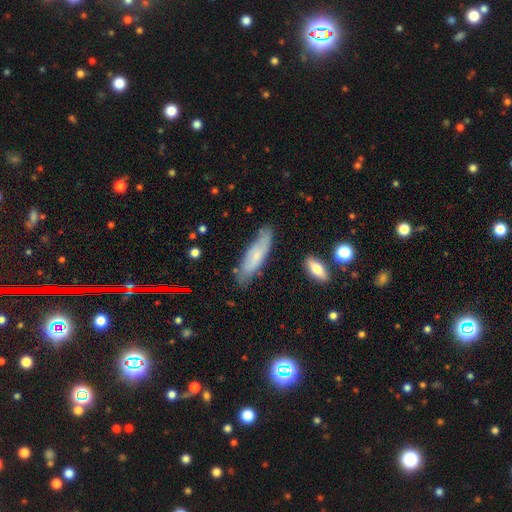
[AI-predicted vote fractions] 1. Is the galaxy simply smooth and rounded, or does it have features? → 58% smooth, 34% featured or disk, 7% star or artifact.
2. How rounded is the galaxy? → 61% cigar-shaped, 37% in between, 2% round.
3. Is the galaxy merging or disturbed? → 73% none, 20% minor disturbance, 4% major disturbance, 3% merger.